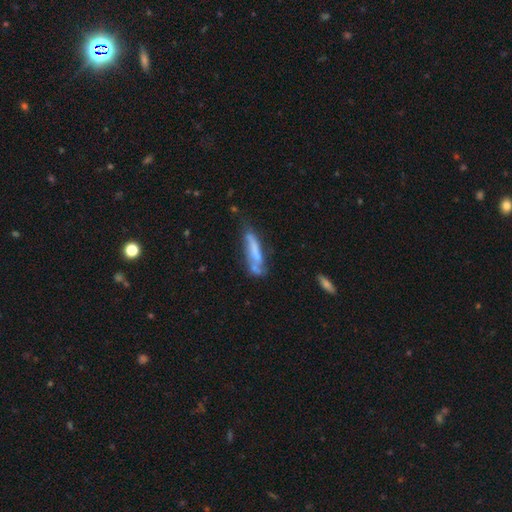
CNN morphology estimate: Smooth or featured: smooth — 49% (featured or disk — 42%)
Merging: none — 46% (minor disturbance — 25%)